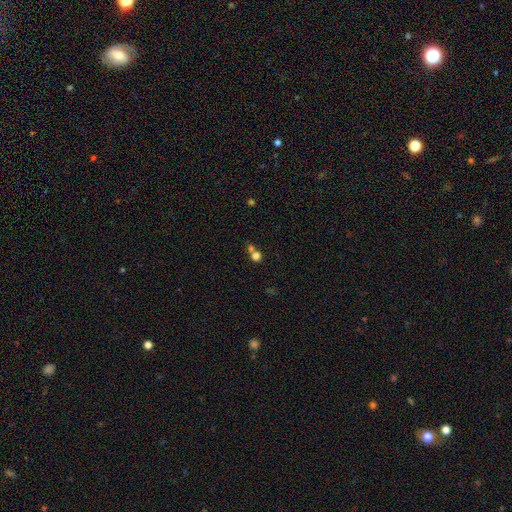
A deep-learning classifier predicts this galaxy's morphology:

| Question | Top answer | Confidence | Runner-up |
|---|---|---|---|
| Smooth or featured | smooth | 74% | star or artifact (17%) |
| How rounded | round | 83% | in between (16%) |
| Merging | none | 48% | merger (42%) |